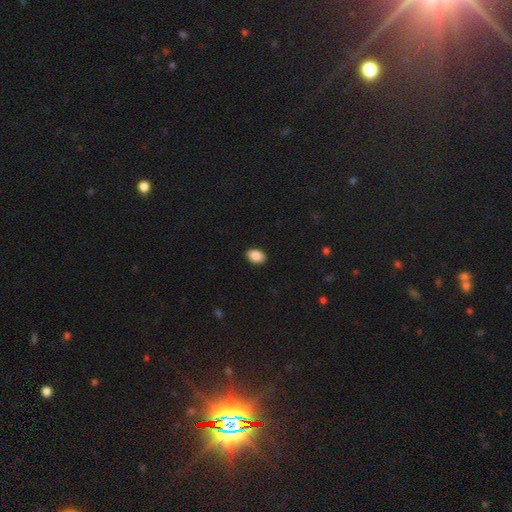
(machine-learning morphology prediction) This is clearly a smooth galaxy (89%). How rounded: clearly in between (83%). Merging: clearly none (90%).